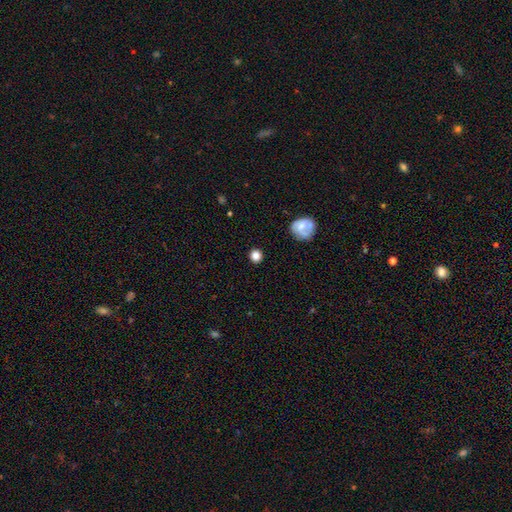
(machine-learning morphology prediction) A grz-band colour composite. It shows a smooth galaxy with no disk features (83%) that is round (88%). Merging: none (87%).